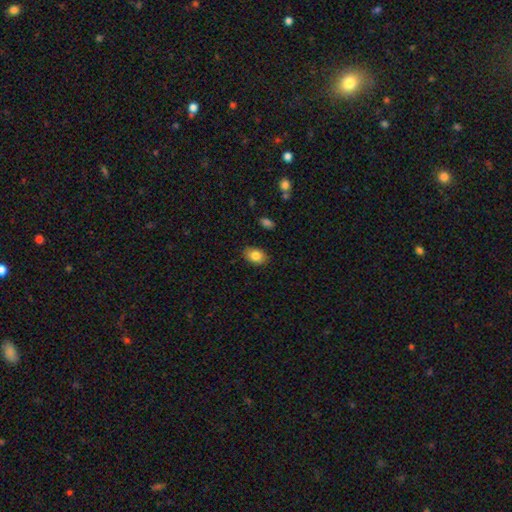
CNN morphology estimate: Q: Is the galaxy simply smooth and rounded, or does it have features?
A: smooth — 83%.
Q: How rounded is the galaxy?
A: in between — 83%.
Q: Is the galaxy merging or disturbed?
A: none — 86%.